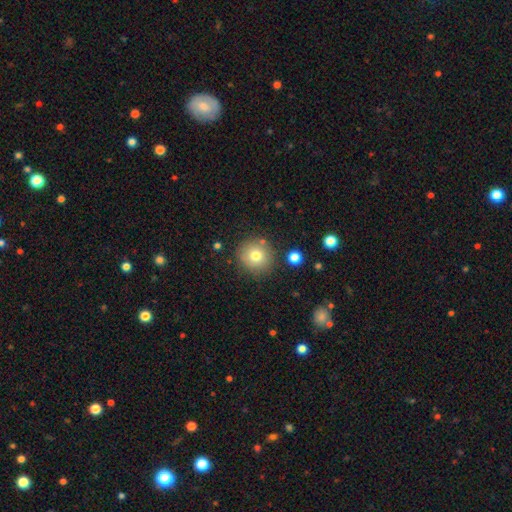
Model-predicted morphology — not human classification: Smooth or featured? Predicted: smooth (p=0.76). How rounded? Predicted: round (p=0.92). Merging? Predicted: none (p=0.84).